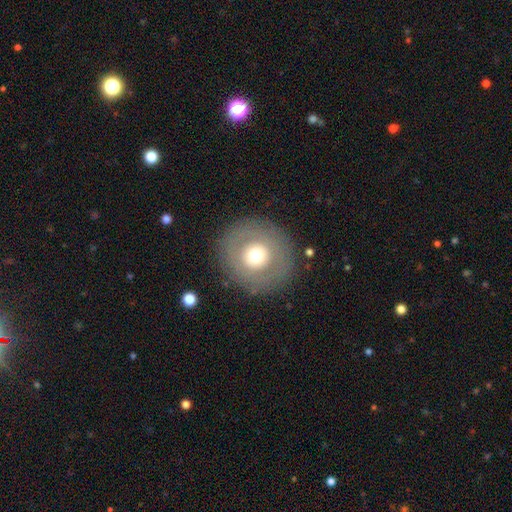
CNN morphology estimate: Overall: smooth (58%; featured or disk 32%). How rounded: round (93%). Merging: none (86%).